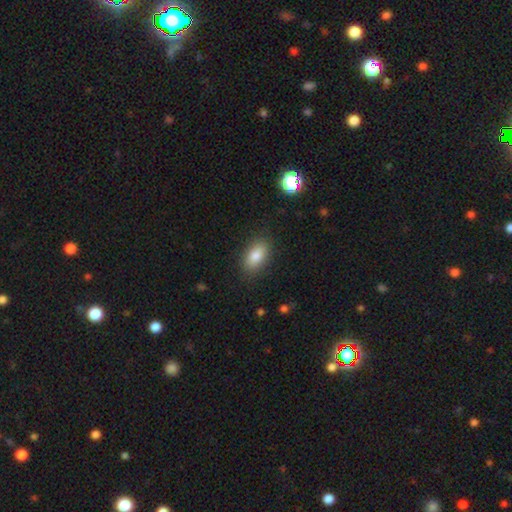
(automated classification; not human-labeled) This appears to be a smooth galaxy with no disk features (83%) that is in between round and cigar-shaped (89%). Merging: none (86%).